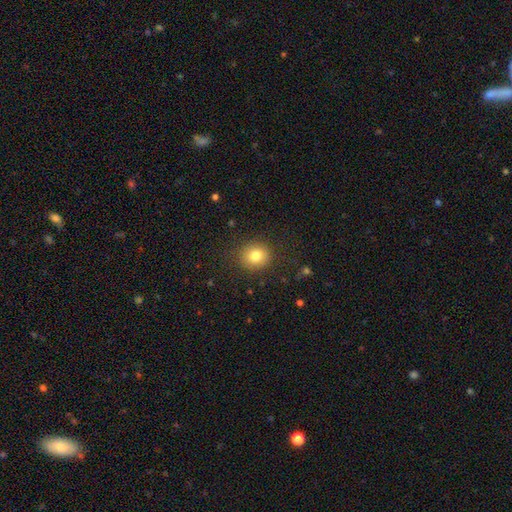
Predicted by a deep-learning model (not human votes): smooth 80%, star or artifact 11%, featured or disk 9%. Down the decision tree: how rounded — round (82%); merging — none (87%).